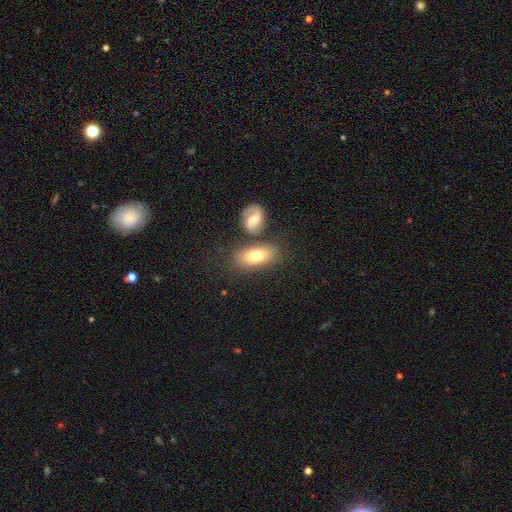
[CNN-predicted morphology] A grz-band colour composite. It shows a smooth galaxy with no disk features (68%) that is in between round and cigar-shaped (85%). Merging: none (63%).